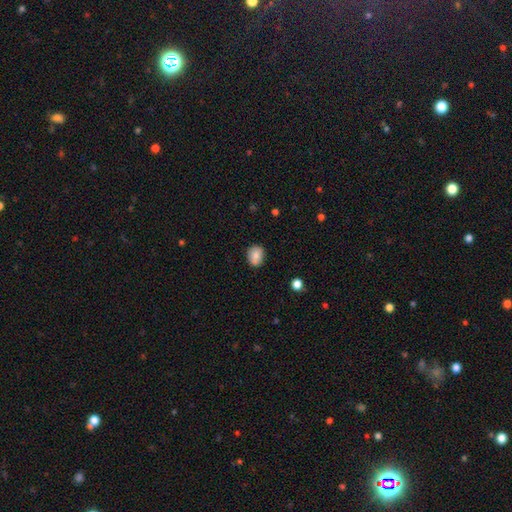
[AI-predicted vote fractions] smooth_or_featured: smooth (p=0.78) [alt: featured or disk p=0.13]
how_rounded: round (p=0.58) [alt: in between p=0.41]
merging: none (p=0.76) [alt: minor disturbance p=0.17]